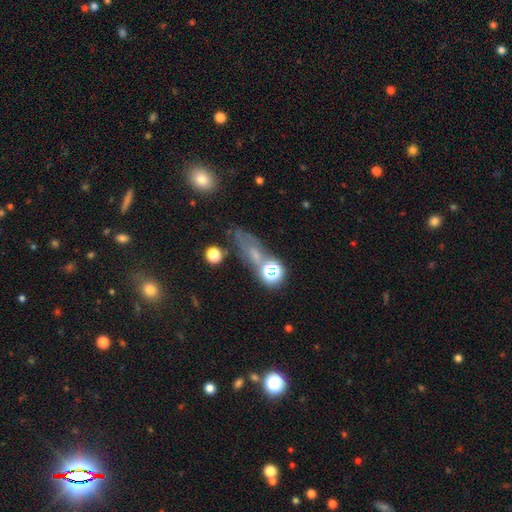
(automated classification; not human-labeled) smooth-or-featured: smooth: 45% | star or artifact: 30% | featured or disk: 25%
  merging: none: 51% | merger: 18% | minor disturbance: 17% | major disturbance: 14%